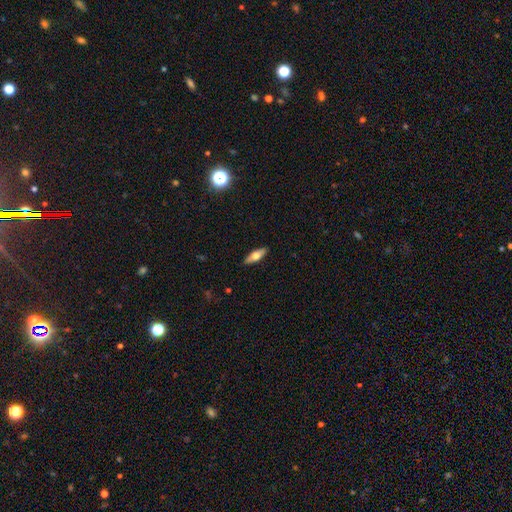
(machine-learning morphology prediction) This appears to be a smooth galaxy with no disk features (53%) that is in between round and cigar-shaped (57%). Merging: none (89%).